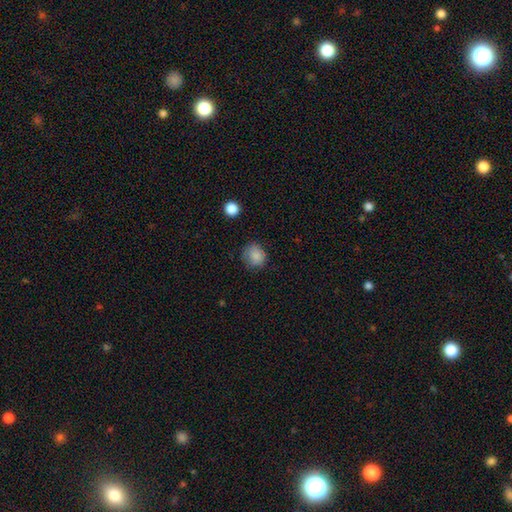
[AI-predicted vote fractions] The model was most divided on "merging": none: 76%, minor disturbance: 18%, major disturbance: 5%, merger: 1%. More confident: smooth or featured — smooth (84%); how rounded — round (83%).